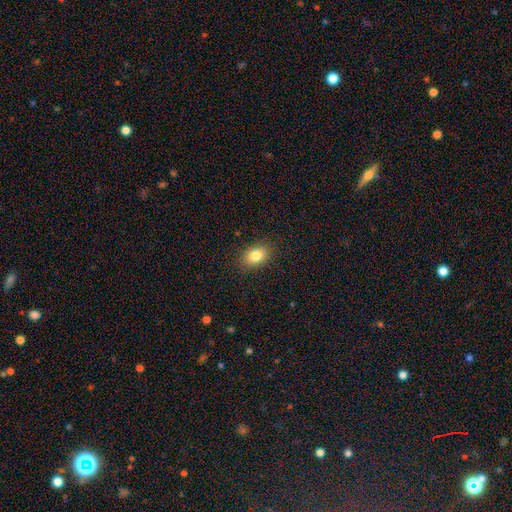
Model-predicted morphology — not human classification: This appears to be a smooth galaxy with no disk features (82%) that is in between round and cigar-shaped (80%). Merging: none (88%).